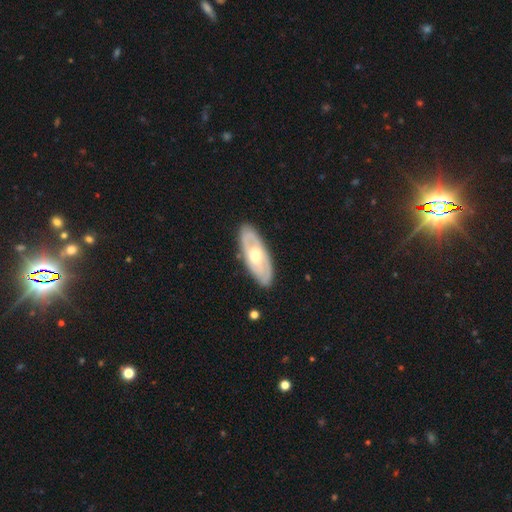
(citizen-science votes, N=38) Smooth or featured? 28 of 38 (74%) said featured or disk. Edge-on disk? 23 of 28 (82%) said no. Bar? 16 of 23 (70%) said no. Spiral arms? 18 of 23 (78%) said yes. Spiral winding? 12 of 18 (67%) said tight. Spiral arm count? 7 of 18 (39%) said can't tell. Bulge size? 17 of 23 (74%) said moderate. Merging? 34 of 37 (92%) said none.